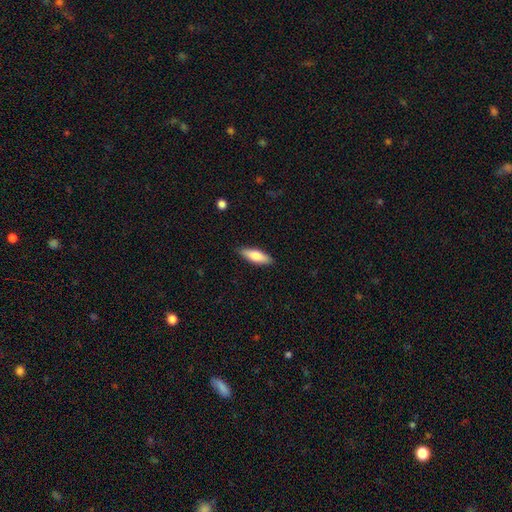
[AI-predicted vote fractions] smooth_or_featured: smooth (p=0.75) [alt: featured or disk p=0.19]
how_rounded: in between (p=0.53) [alt: cigar-shaped p=0.45]
merging: none (p=0.87) [alt: minor disturbance p=0.10]